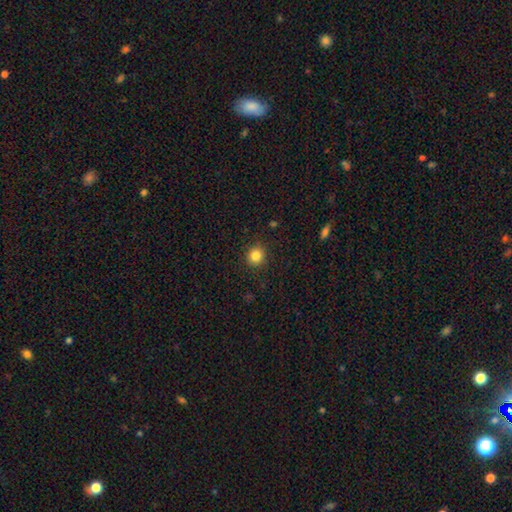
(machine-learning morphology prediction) smooth 84%, star or artifact 11%, featured or disk 5%. Down the decision tree: how rounded — round (90%); merging — none (90%).